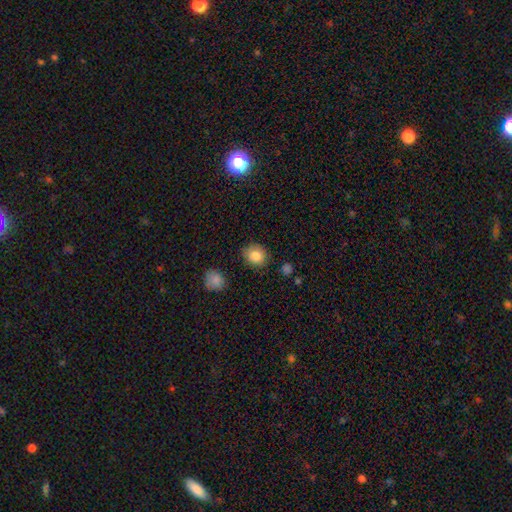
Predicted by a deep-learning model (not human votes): Q: Smooth or featured?
A: smooth (85%); runner-up: star or artifact (9%)
Q: How rounded?
A: round (66%); runner-up: in between (33%)
Q: Merging?
A: none (84%); runner-up: minor disturbance (11%)